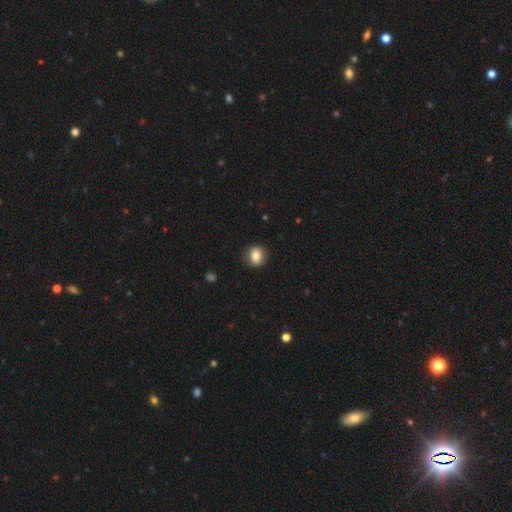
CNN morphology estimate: A smooth galaxy with no disk features (81%) that is round (69%).

Vote fractions:
- Smooth or featured? smooth: 81% / featured or disk: 10% / star or artifact: 9%
- How rounded? round: 69% / in between: 30% / cigar-shaped: 1%
- Merging? none: 87% / minor disturbance: 10% / major disturbance: 3% / merger: 1%